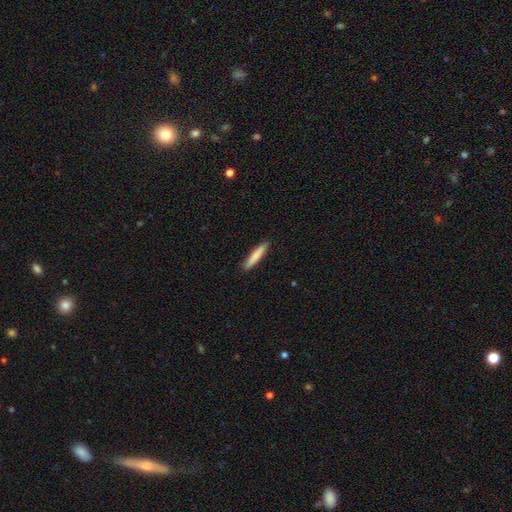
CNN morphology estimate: type=smooth (80%); roundness=cigar-shaped (92%); merging=none (91%).